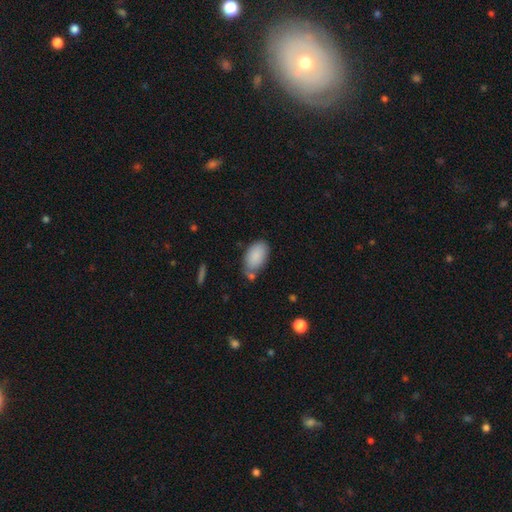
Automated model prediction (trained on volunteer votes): A smooth galaxy with no disk features (88%) that is in between round and cigar-shaped (94%). Merging: none (64%).